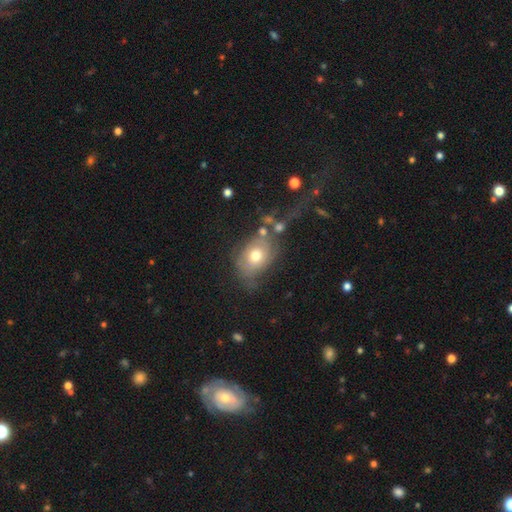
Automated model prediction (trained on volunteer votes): Smooth or featured?
  - smooth: 51% *
  - featured or disk: 39%
  - star or artifact: 10%
How rounded?
  - in between: 70% *
  - round: 28%
  - cigar-shaped: 2%
Merging?
  - none: 40% *
  - major disturbance: 27%
  - minor disturbance: 22%
  - merger: 11%